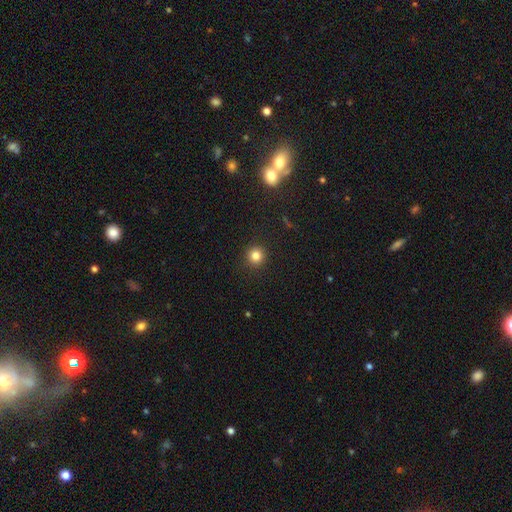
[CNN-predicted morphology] Smooth or featured? smooth (82%)
How rounded? round (94%)
Merging? none (92%)